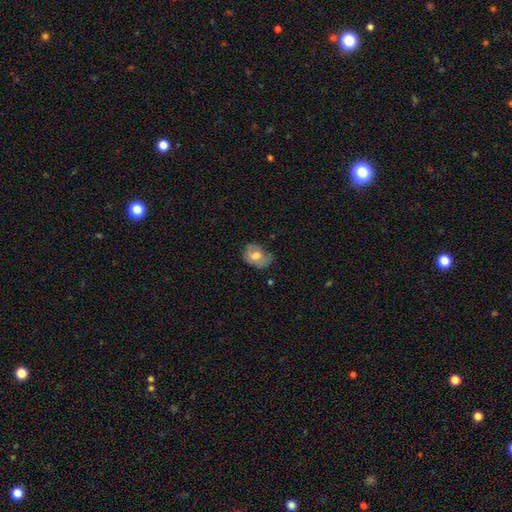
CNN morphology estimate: smooth-or-featured: smooth: 59% | featured or disk: 33% | star or artifact: 8%
  how-rounded: in between: 69% | round: 30% | cigar-shaped: 1%
  merging: none: 50% | minor disturbance: 34% | major disturbance: 14% | merger: 2%